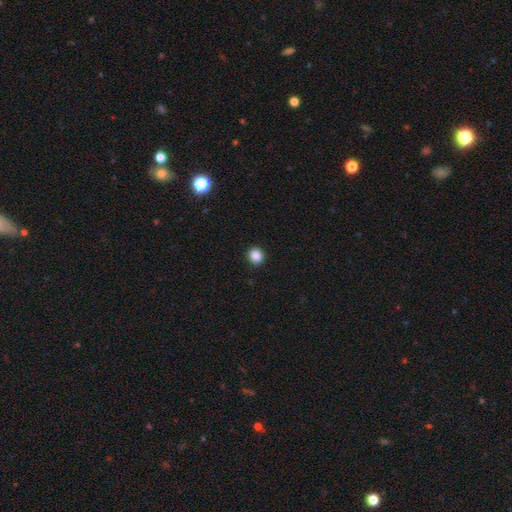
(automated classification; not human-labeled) smooth_or_featured: smooth (p=0.87) [alt: star or artifact p=0.10]
how_rounded: round (p=0.83) [alt: in between p=0.16]
merging: none (p=0.92) [alt: minor disturbance p=0.05]